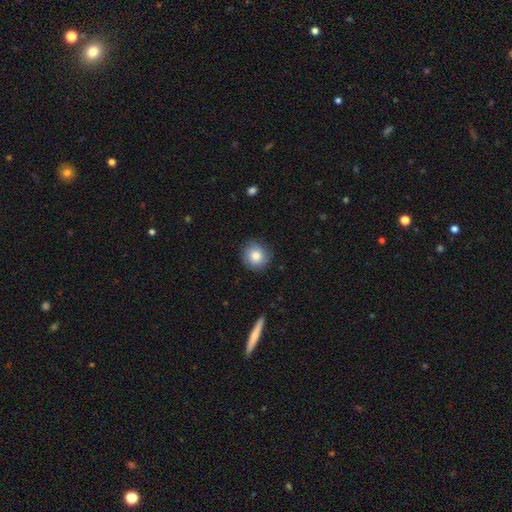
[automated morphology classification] Smooth or featured? smooth (83%)
How rounded? round (90%)
Merging? none (85%)